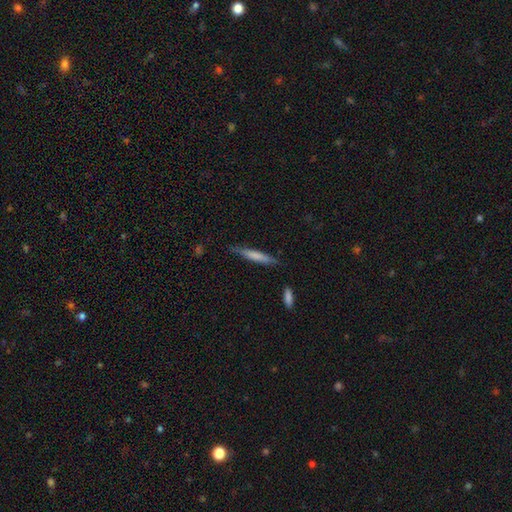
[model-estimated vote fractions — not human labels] Smooth or featured: smooth — 67% (featured or disk — 27%)
How rounded: cigar-shaped — 92% (in between — 7%)
Merging: none — 76% (minor disturbance — 19%)